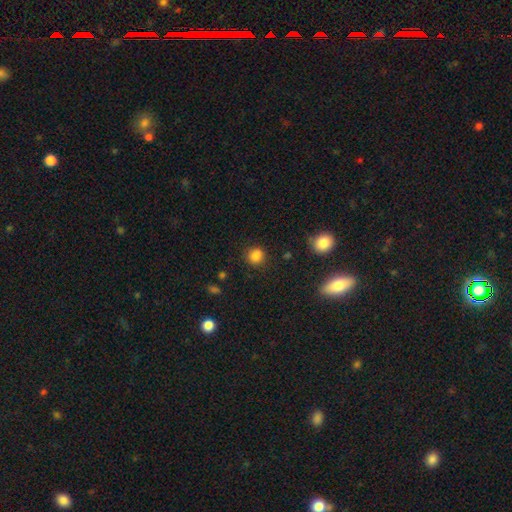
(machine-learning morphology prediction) Smooth or featured? Predicted: smooth (p=0.83). How rounded? Predicted: round (p=0.76). Merging? Predicted: none (p=0.81).